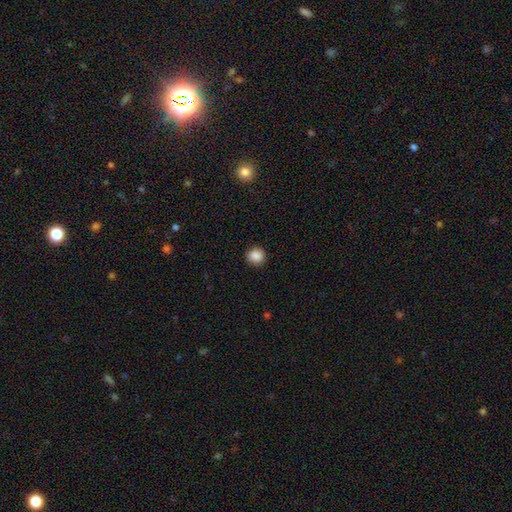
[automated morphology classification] Smooth or featured? smooth (88%)
How rounded? round (90%)
Merging? none (90%)